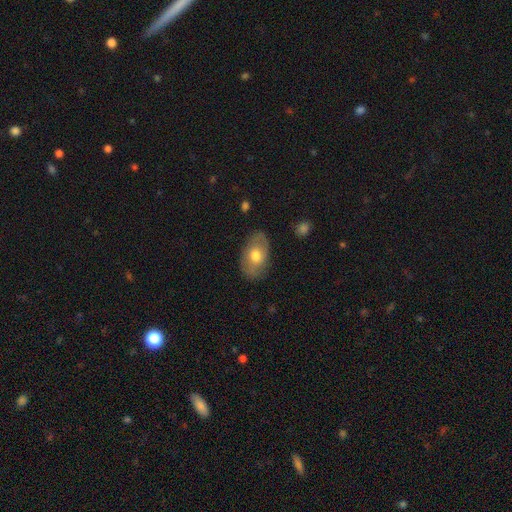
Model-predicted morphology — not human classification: smooth 59%, featured or disk 35%, star or artifact 6%. Down the decision tree: how rounded — in between (90%); merging — none (79%).